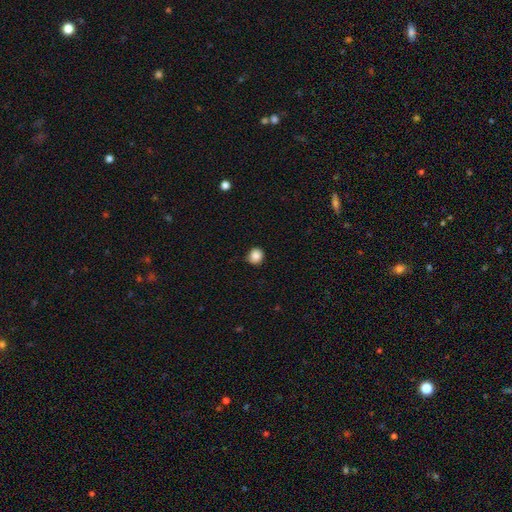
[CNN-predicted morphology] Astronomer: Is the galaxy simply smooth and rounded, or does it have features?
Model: smooth — 87%.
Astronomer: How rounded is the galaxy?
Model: round — 85%.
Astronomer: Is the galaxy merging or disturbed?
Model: none — 86%.